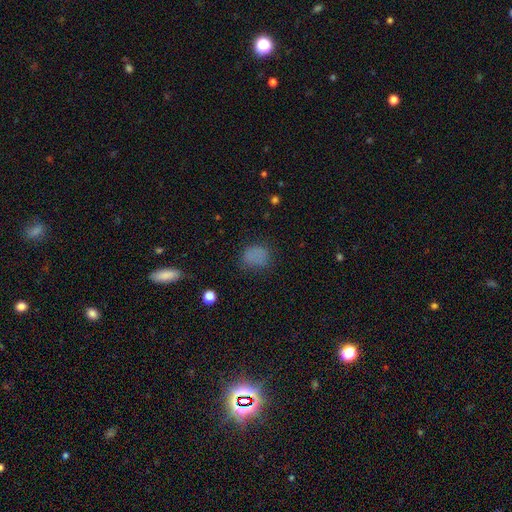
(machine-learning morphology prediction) Smooth or featured: smooth — 76% (star or artifact — 17%)
How rounded: round — 56% (in between — 43%)
Merging: none — 71% (minor disturbance — 19%)